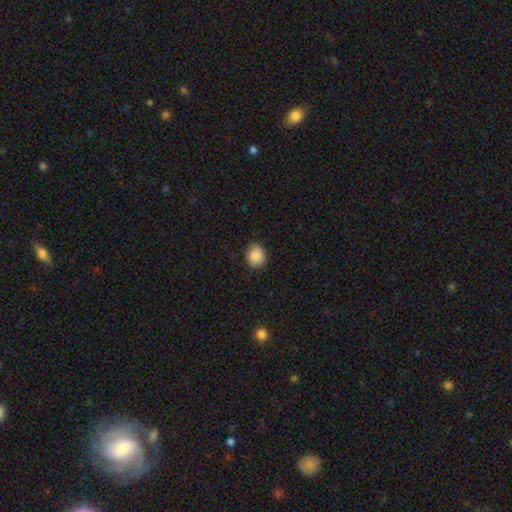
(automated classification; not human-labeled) This appears to be a smooth galaxy with no disk features (88%) that is round (67%). Merging: none (83%).